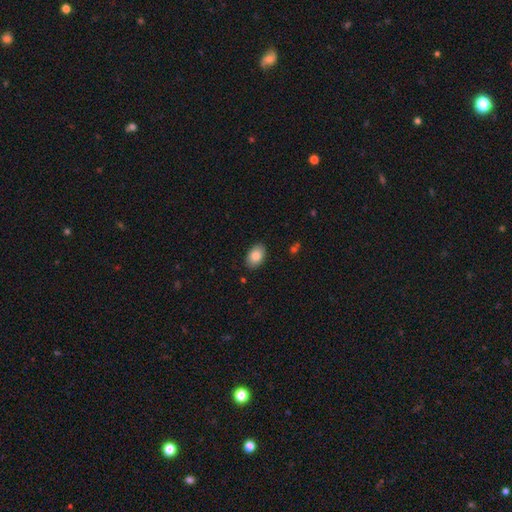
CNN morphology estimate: A smooth galaxy with no disk features (86%) that is in between round and cigar-shaped (90%).

Vote fractions:
- Smooth or featured? smooth: 86% / featured or disk: 8% / star or artifact: 7%
- How rounded? in between: 90% / round: 9% / cigar-shaped: 1%
- Merging? none: 87% / minor disturbance: 10% / major disturbance: 2% / merger: 1%